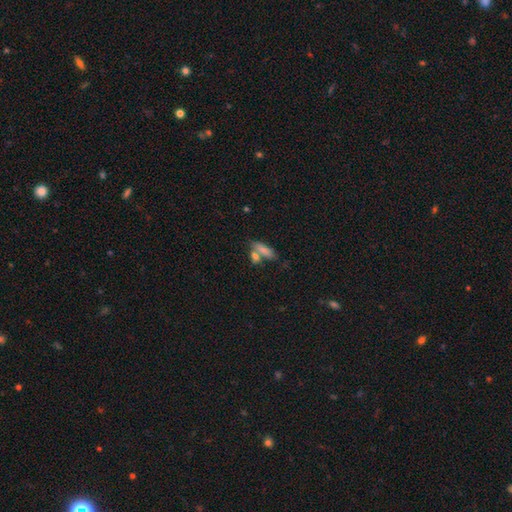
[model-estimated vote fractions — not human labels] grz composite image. It shows a smooth galaxy with no disk features (78%) that is in between round and cigar-shaped (60%). Merging: none (47%).